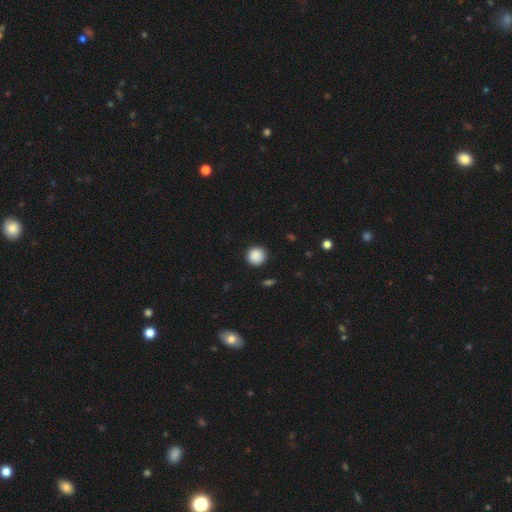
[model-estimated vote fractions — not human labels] A smooth galaxy with no disk features (88%) that is round (93%). Merging: none (90%).